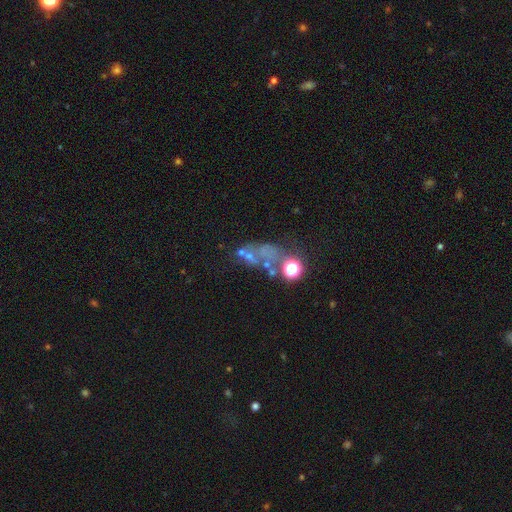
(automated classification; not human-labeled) Smooth or featured: star or artifact — 39% (featured or disk — 34%)